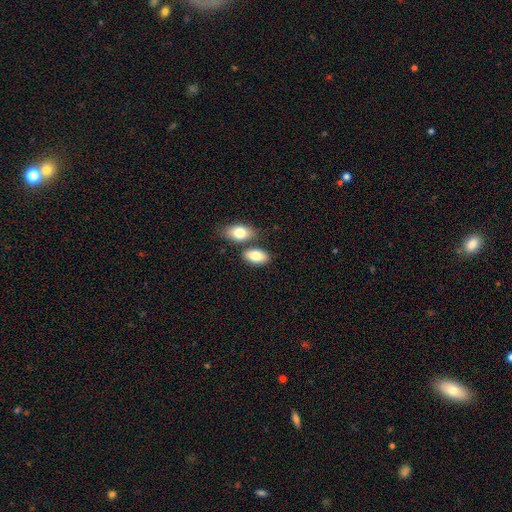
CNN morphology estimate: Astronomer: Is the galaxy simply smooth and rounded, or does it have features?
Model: smooth — 82%.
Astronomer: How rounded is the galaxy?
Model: in between — 92%.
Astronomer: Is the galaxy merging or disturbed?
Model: none — 60%.